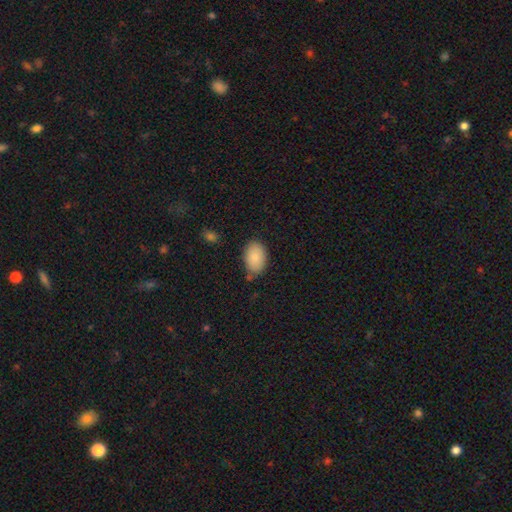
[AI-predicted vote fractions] Smooth or featured? smooth (87%)
How rounded? in between (89%)
Merging? none (75%)